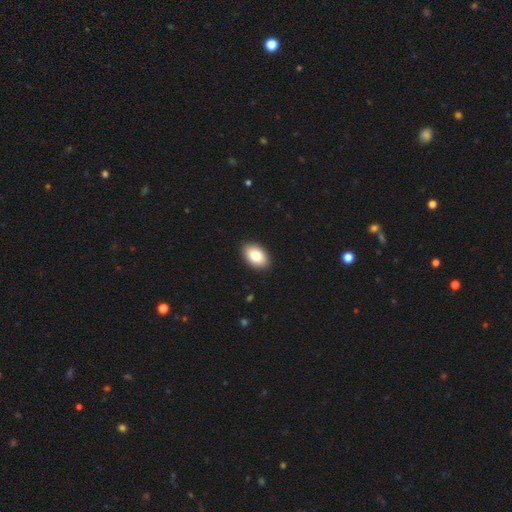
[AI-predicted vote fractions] smooth 81%, featured or disk 11%, star or artifact 7%. Down the decision tree: how rounded — in between (91%); merging — none (91%).